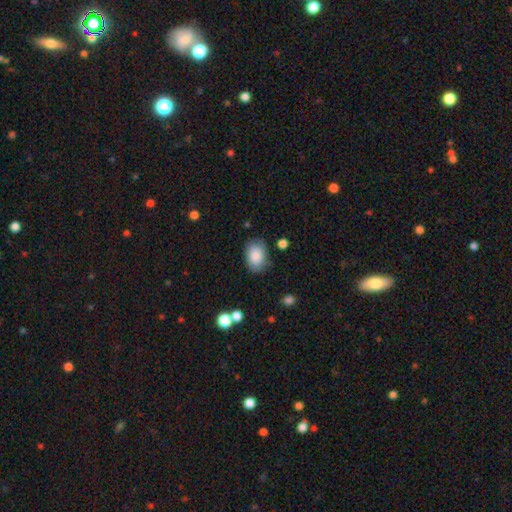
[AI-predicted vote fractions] Smooth or featured? Predicted: smooth (p=0.83). How rounded? Predicted: in between (p=0.85). Merging? Predicted: none (p=0.74).